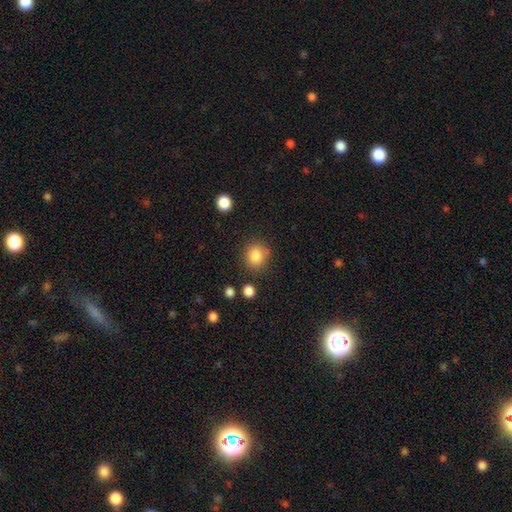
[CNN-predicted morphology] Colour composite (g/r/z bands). It shows a smooth galaxy with no disk features (84%) that is round (83%). Merging: none (80%).